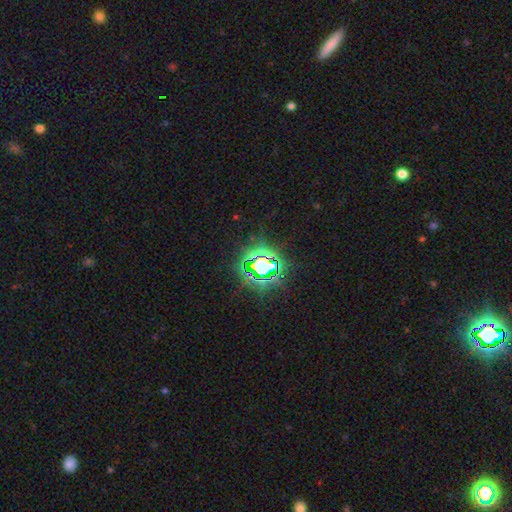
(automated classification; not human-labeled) A star or artifact, not a galaxy (81%).